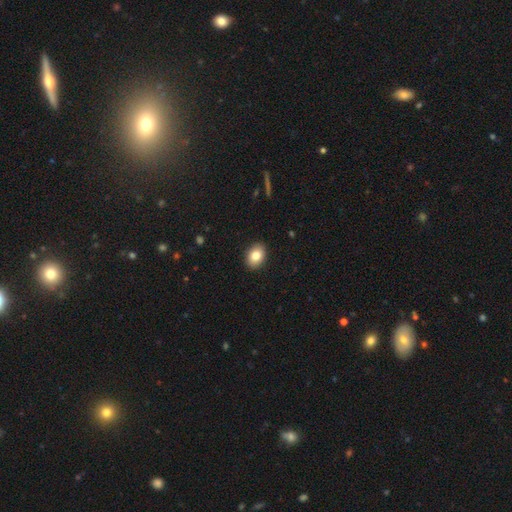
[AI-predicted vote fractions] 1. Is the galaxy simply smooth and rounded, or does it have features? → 83% smooth, 9% featured or disk, 8% star or artifact.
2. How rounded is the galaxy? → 74% in between, 25% round, 1% cigar-shaped.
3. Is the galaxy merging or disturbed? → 90% none, 7% minor disturbance, 2% major disturbance, 1% merger.